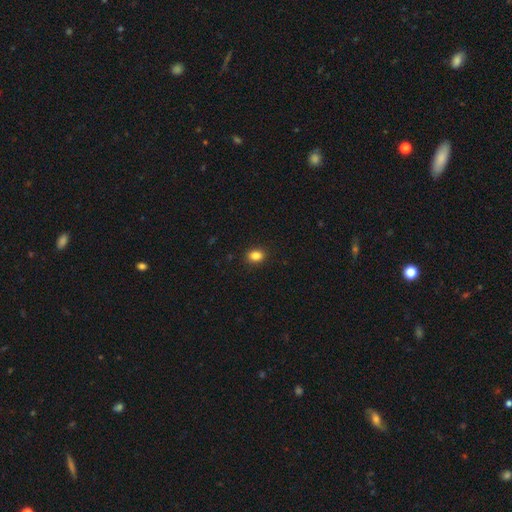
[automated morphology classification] smooth_or_featured: smooth (p=0.85) [alt: star or artifact p=0.10]
how_rounded: in between (p=0.61) [alt: round p=0.38]
merging: none (p=0.90) [alt: minor disturbance p=0.07]